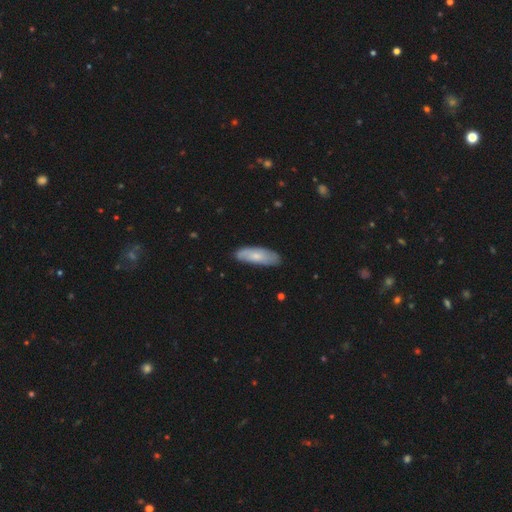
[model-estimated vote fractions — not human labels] Smooth or featured?
  - smooth: 63% *
  - featured or disk: 32%
  - star or artifact: 6%
How rounded?
  - in between: 64% *
  - cigar-shaped: 34%
  - round: 2%
Merging?
  - none: 80% *
  - minor disturbance: 16%
  - major disturbance: 3%
  - merger: 1%